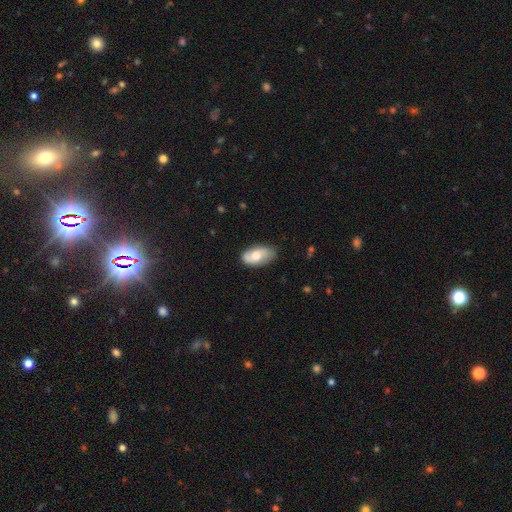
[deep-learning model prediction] Smooth or featured: smooth — 58% (featured or disk — 35%)
How rounded: in between — 93% (round — 4%)
Merging: none — 75% (minor disturbance — 19%)